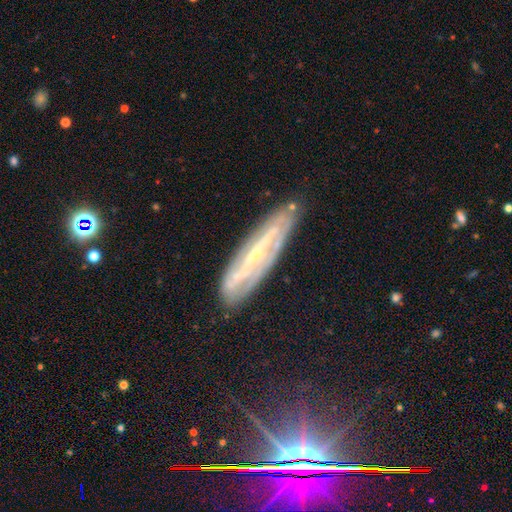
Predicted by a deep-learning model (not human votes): A featured or disk galaxy (79%). Merging: none (78%).